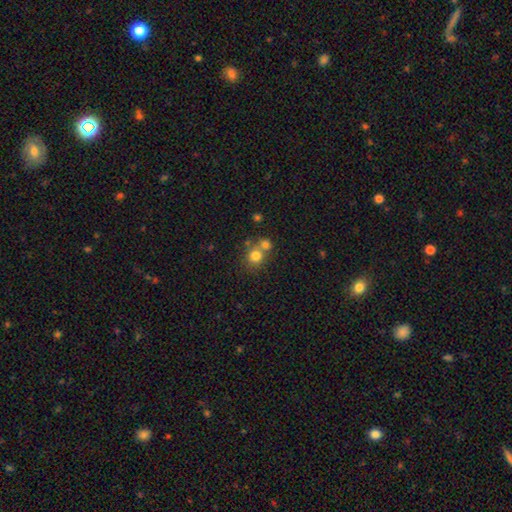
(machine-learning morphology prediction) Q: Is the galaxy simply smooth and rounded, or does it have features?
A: smooth — 77%.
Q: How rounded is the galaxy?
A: round — 86%.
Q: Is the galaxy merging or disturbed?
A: none — 49%.